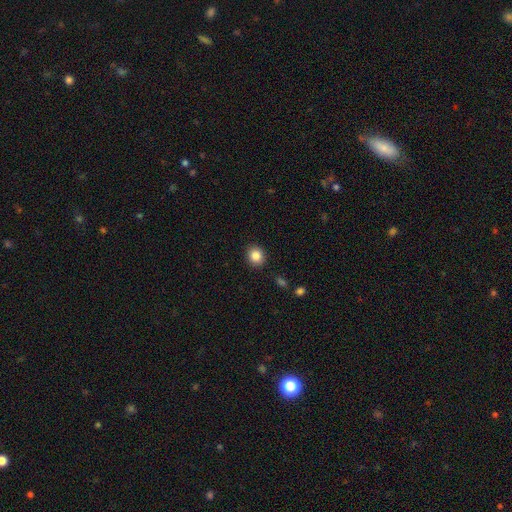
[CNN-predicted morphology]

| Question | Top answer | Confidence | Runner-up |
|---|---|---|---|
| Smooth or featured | smooth | 85% | star or artifact (9%) |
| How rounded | round | 73% | in between (26%) |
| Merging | none | 90% | minor disturbance (7%) |